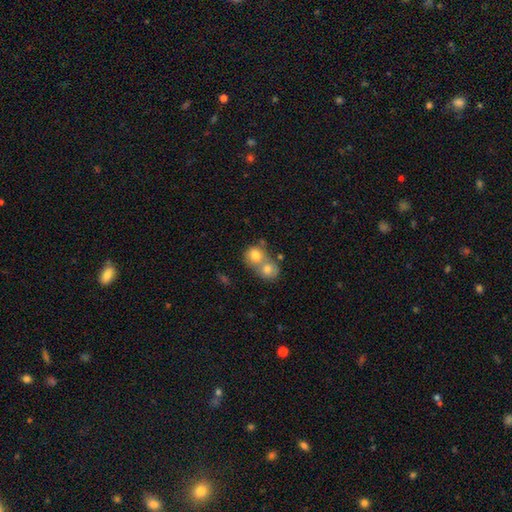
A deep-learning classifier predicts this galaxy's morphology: smooth_or_featured: smooth (p=0.77) [alt: featured or disk p=0.14]
how_rounded: round (p=0.69) [alt: in between p=0.30]
merging: merger (p=0.69) [alt: none p=0.23]